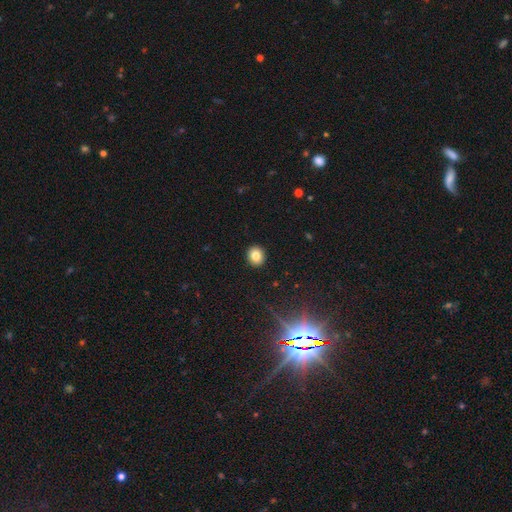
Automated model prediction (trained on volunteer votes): This appears to be a smooth galaxy with no disk features (82%) that is round (79%). Merging: none (92%).